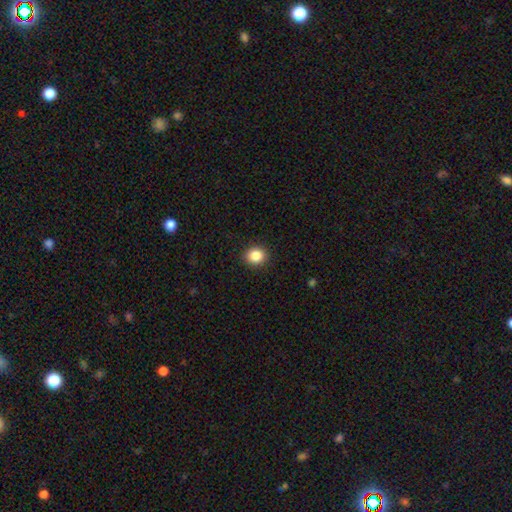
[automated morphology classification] Smooth or featured? Predicted: smooth (p=0.85). How rounded? Predicted: round (p=0.75). Merging? Predicted: none (p=0.91).